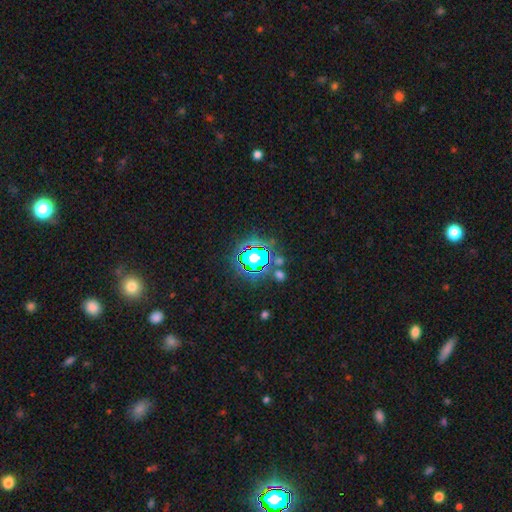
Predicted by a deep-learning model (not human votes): Smooth or featured?
  - star or artifact: 65% *
  - smooth: 23%
  - featured or disk: 12%